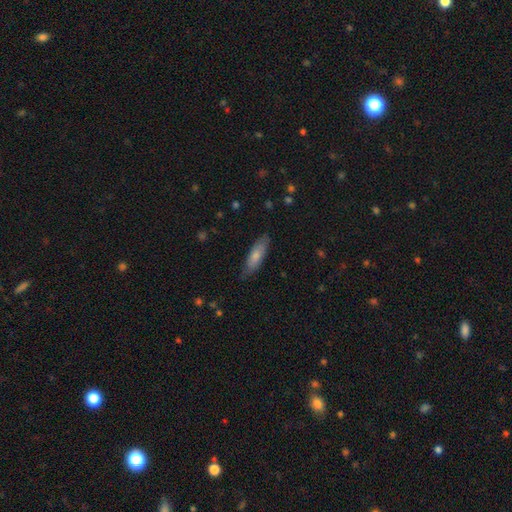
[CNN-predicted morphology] Q: Smooth or featured?
A: smooth (72%); runner-up: featured or disk (23%)
Q: How rounded?
A: in between (51%); runner-up: cigar-shaped (48%)
Q: Merging?
A: none (77%); runner-up: minor disturbance (19%)